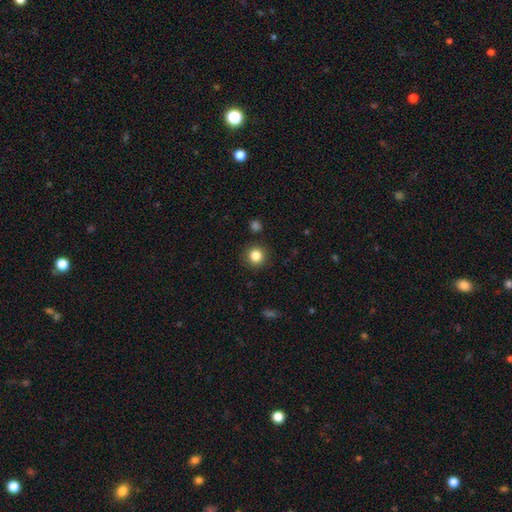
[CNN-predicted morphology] Smooth or featured? Predicted: smooth (p=0.84). How rounded? Predicted: round (p=0.93). Merging? Predicted: none (p=0.90).